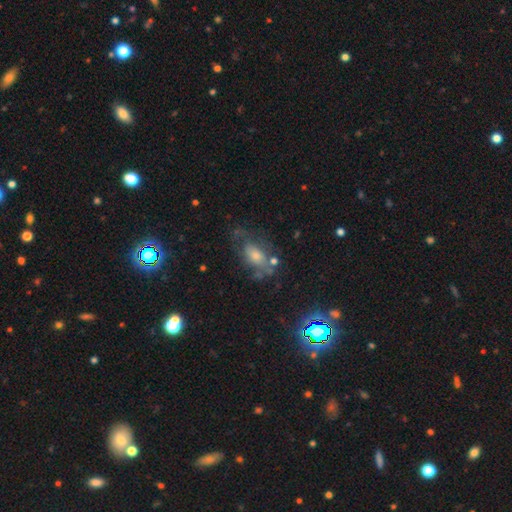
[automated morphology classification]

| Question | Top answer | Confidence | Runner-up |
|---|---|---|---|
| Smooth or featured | featured or disk | 48% | smooth (31%) |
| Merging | none | 56% | minor disturbance (21%) |